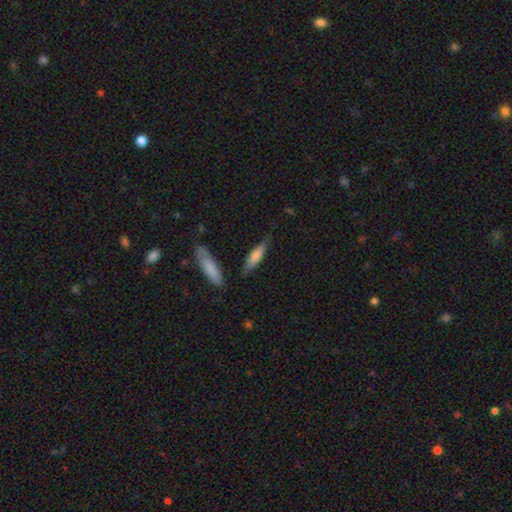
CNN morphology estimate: Overall: smooth (68%). How rounded: cigar-shaped (71%). Merging: none (73%).